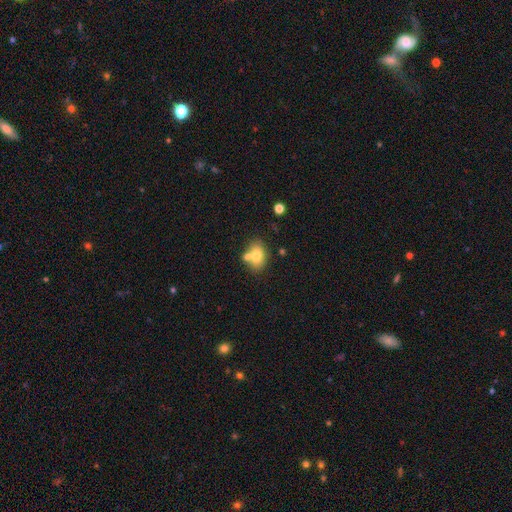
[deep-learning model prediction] Smooth or featured? smooth (75%)
How rounded? in between (77%)
Merging? none (56%)